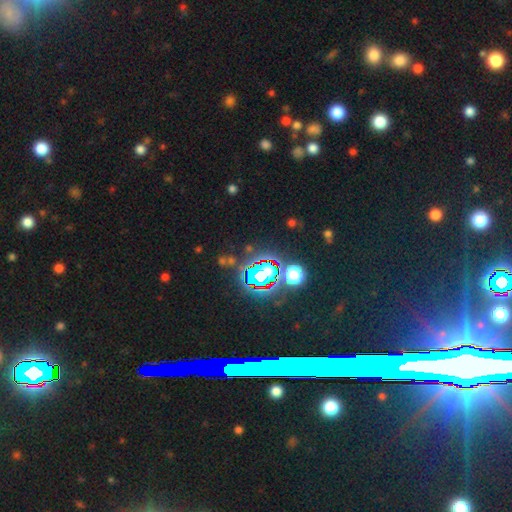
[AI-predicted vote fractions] smooth-or-featured: star or artifact: 82% | featured or disk: 9% | smooth: 9%